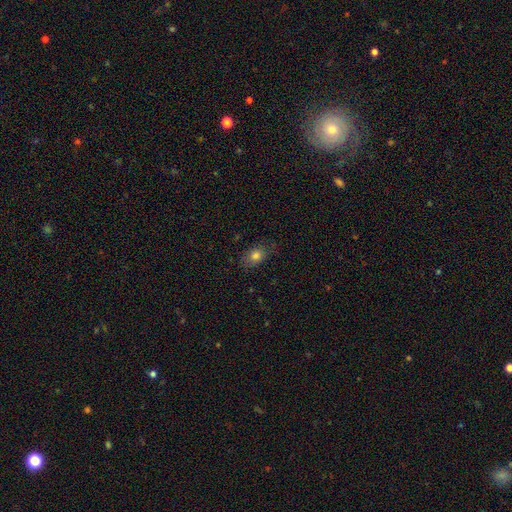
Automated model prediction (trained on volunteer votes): The model was most divided on "how rounded": in between: 76%, round: 21%, cigar-shaped: 3%. More confident: smooth or featured — smooth (79%); merging — none (75%).